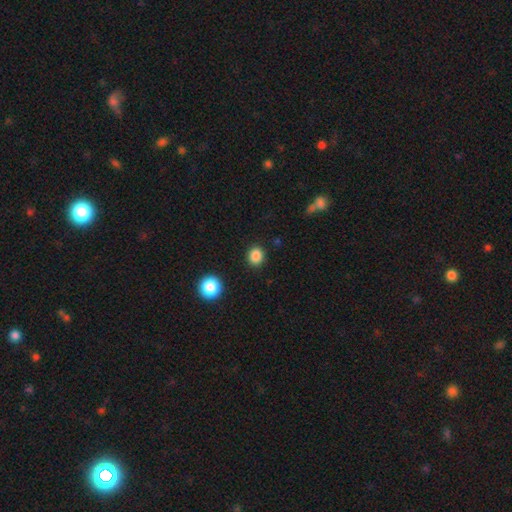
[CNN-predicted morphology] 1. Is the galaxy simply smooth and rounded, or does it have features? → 86% smooth, 11% star or artifact, 3% featured or disk.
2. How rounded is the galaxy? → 76% round, 23% in between, 1% cigar-shaped.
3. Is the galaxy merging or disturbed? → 90% none, 7% minor disturbance, 2% major disturbance, 2% merger.